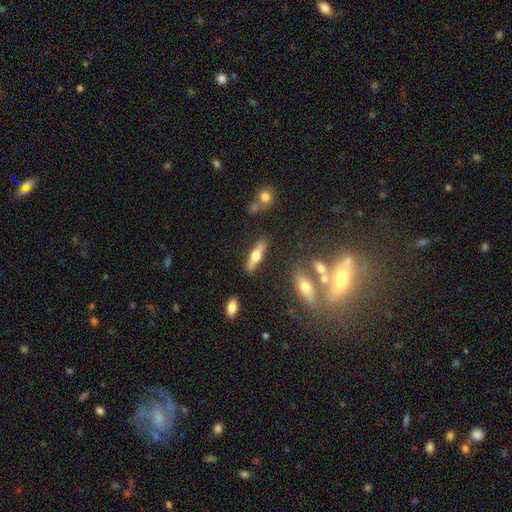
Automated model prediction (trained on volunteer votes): Q: Smooth or featured?
A: featured or disk (51%); runner-up: smooth (42%)
Q: Edge-on disk?
A: yes (90%); runner-up: no (10%)
Q: Merging?
A: none (81%); runner-up: minor disturbance (11%)